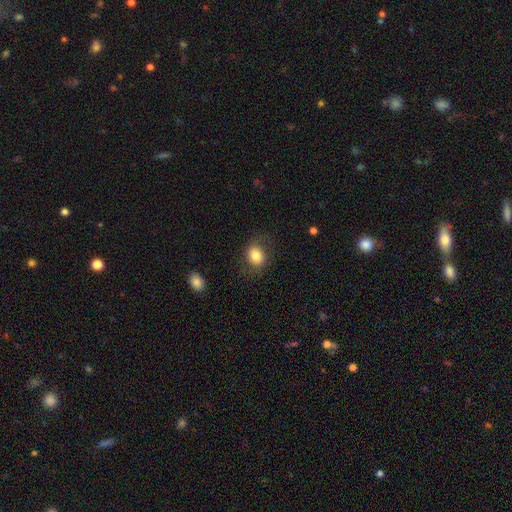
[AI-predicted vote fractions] A smooth galaxy with no disk features (81%) that is round (50%). Merging: none (76%).